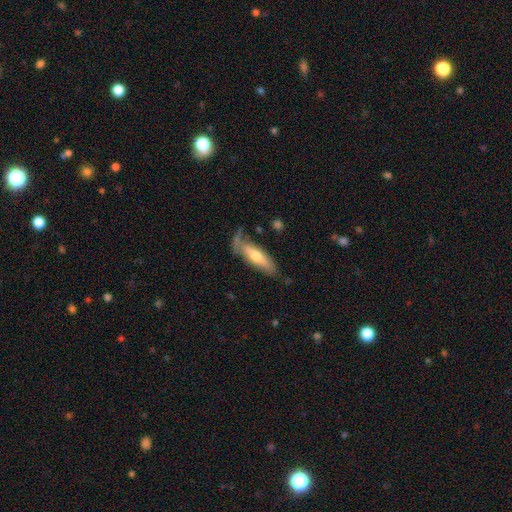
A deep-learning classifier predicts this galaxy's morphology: smooth_or_featured: smooth (p=0.52) [alt: featured or disk p=0.43]
how_rounded: cigar-shaped (p=0.51) [alt: in between p=0.47]
merging: none (p=0.53) [alt: minor disturbance p=0.28]